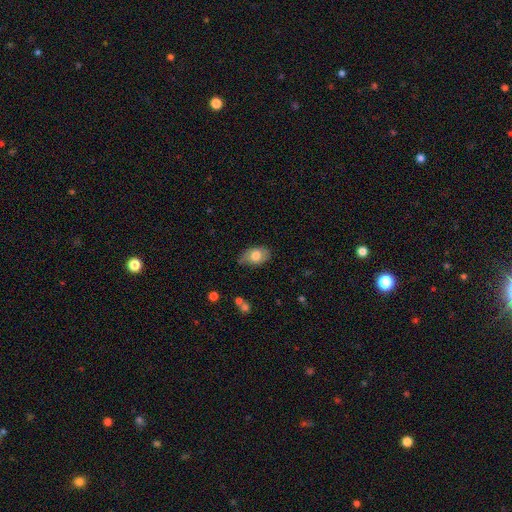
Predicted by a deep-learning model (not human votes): Morphology: type=smooth (75%); roundness=in between (88%); merging=none (67%).